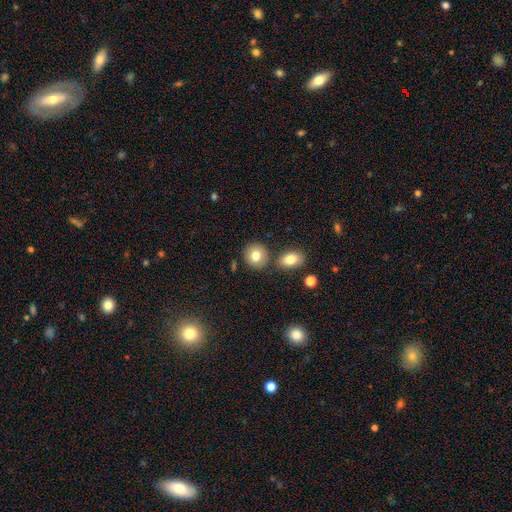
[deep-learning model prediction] smooth 80%, featured or disk 11%, star or artifact 9%. Down the decision tree: how rounded — round (79%); merging — none (78%).